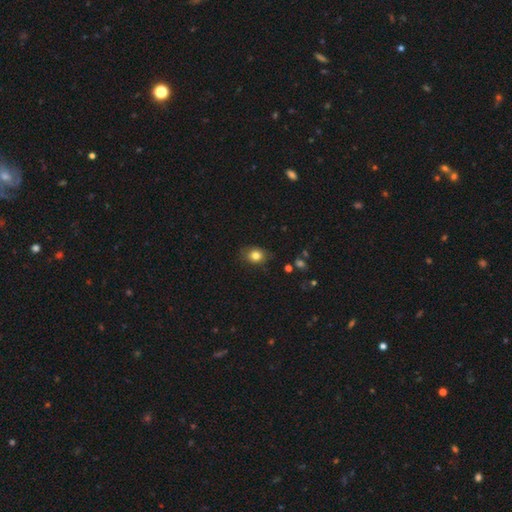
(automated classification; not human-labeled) smooth_or_featured: smooth (p=0.81) [alt: star or artifact p=0.11]
how_rounded: round (p=0.51) [alt: in between p=0.47]
merging: none (p=0.77) [alt: minor disturbance p=0.18]